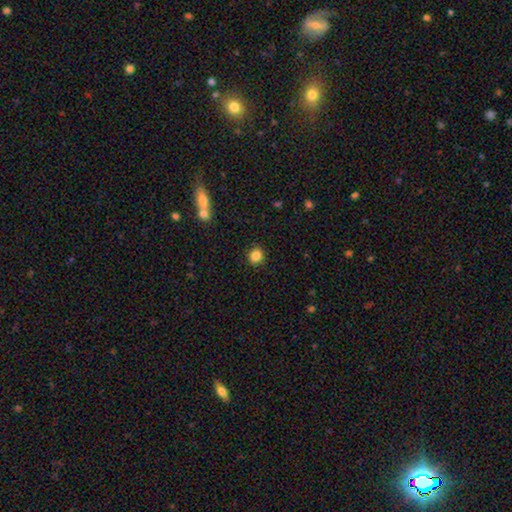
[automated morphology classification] smooth-or-featured: smooth: 86% | star or artifact: 10% | featured or disk: 4%
  how-rounded: round: 77% | in between: 22% | cigar-shaped: 1%
  merging: none: 89% | minor disturbance: 7% | major disturbance: 2% | merger: 2%